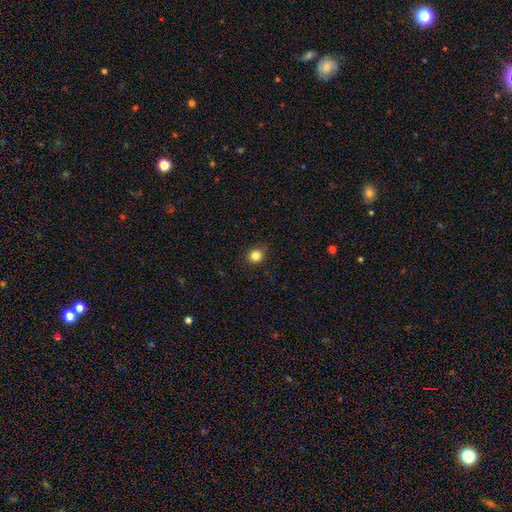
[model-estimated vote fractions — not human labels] smooth-or-featured: smooth: 83% | star or artifact: 12% | featured or disk: 5%
  how-rounded: round: 84% | in between: 15% | cigar-shaped: 1%
  merging: none: 89% | minor disturbance: 8% | major disturbance: 2% | merger: 1%